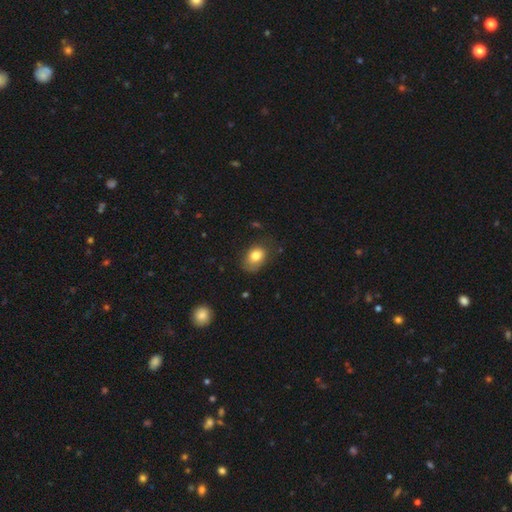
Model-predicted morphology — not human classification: type=smooth (79%); roundness=in between (74%); merging=none (59%).